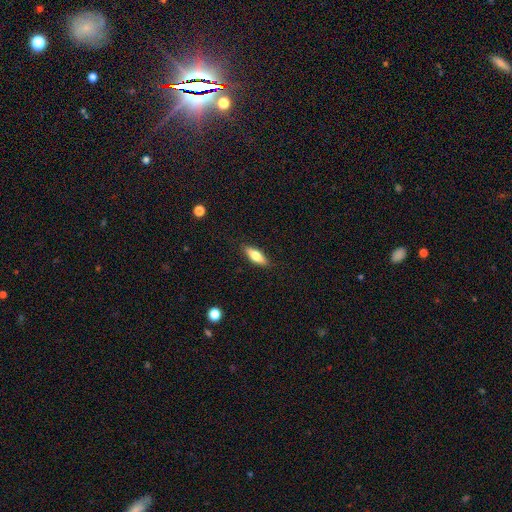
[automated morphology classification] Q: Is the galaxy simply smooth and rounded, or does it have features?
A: smooth — 67%.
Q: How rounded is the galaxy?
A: in between — 60%.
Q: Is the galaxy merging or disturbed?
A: none — 87%.